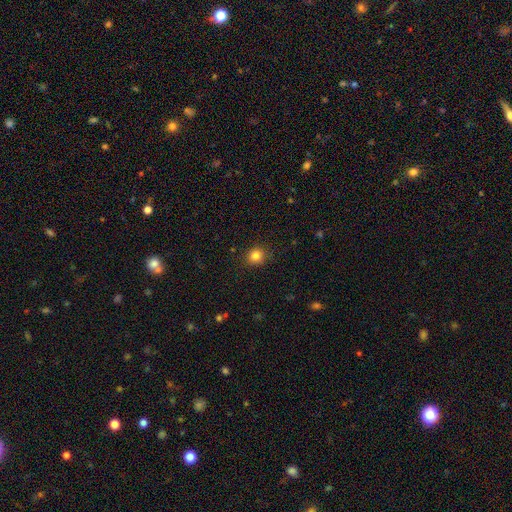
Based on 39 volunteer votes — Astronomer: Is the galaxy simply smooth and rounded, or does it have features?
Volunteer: smooth — 87%.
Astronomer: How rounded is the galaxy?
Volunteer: round — 97%.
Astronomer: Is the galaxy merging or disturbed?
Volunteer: none — 86%.